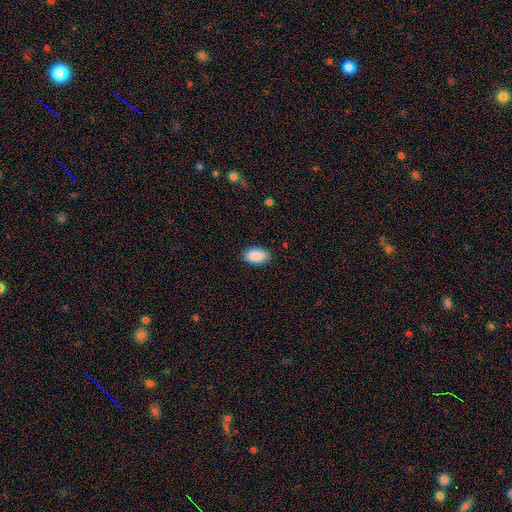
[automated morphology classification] Smooth or featured?
  - smooth: 90% *
  - star or artifact: 7%
  - featured or disk: 3%
How rounded?
  - in between: 94% *
  - round: 4%
  - cigar-shaped: 2%
Merging?
  - none: 85% *
  - minor disturbance: 11%
  - major disturbance: 2%
  - merger: 1%